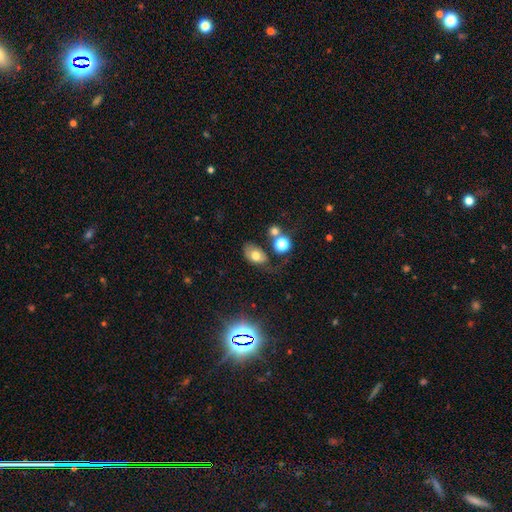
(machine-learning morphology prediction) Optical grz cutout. It shows a smooth galaxy with no disk features (69%) that is in between round and cigar-shaped (85%). Merging: none (46%).